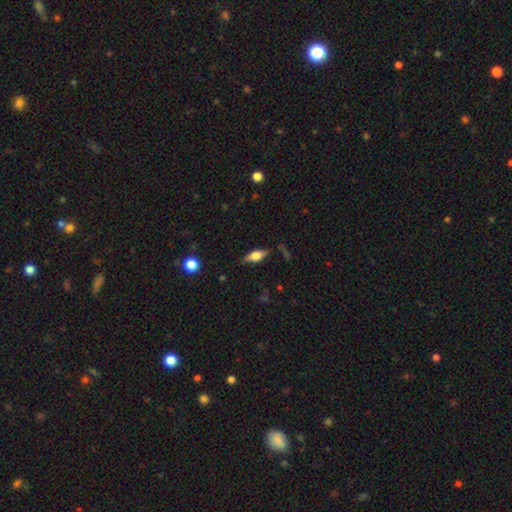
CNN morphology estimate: Q: Smooth or featured?
A: smooth (50%); runner-up: featured or disk (42%)
Q: Merging?
A: none (77%); runner-up: minor disturbance (17%)